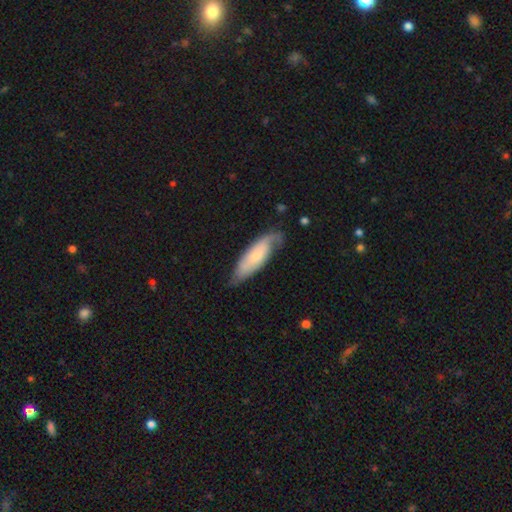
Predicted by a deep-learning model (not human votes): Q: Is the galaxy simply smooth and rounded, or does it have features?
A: featured or disk — 47%, tied with smooth.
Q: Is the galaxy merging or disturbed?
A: none — 60%.